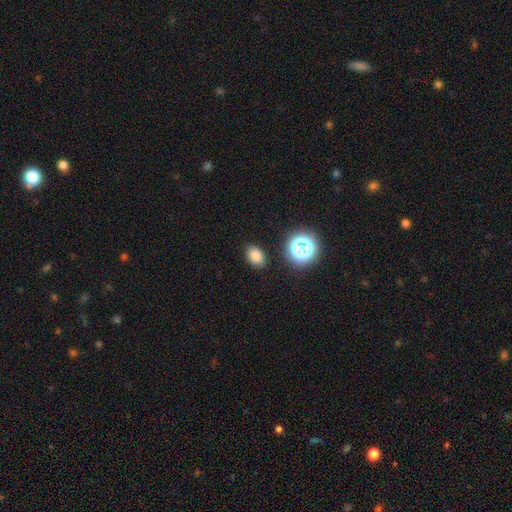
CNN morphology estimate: Q: Smooth or featured?
A: smooth (79%); runner-up: star or artifact (15%)
Q: How rounded?
A: in between (77%); runner-up: round (22%)
Q: Merging?
A: none (87%); runner-up: minor disturbance (8%)